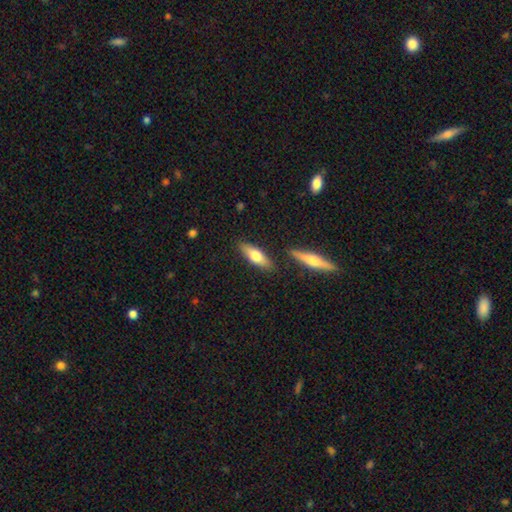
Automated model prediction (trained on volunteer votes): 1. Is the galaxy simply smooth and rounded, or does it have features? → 63% smooth, 32% featured or disk, 6% star or artifact.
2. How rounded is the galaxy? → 52% in between, 46% cigar-shaped, 2% round.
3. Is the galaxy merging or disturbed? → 82% none, 10% minor disturbance, 6% merger, 2% major disturbance.